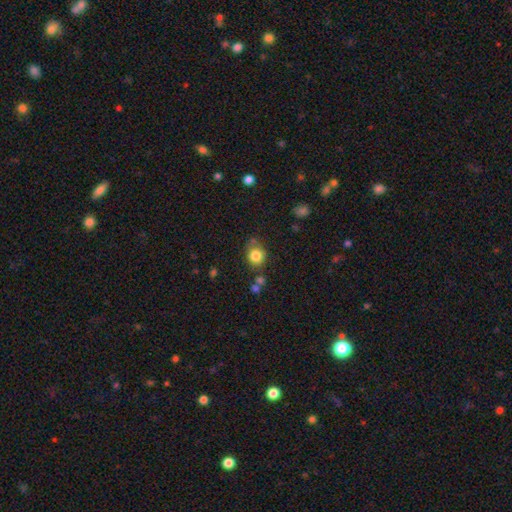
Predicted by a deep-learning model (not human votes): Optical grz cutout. It shows a smooth galaxy with no disk features (82%) that is round (76%). Merging: none (69%).